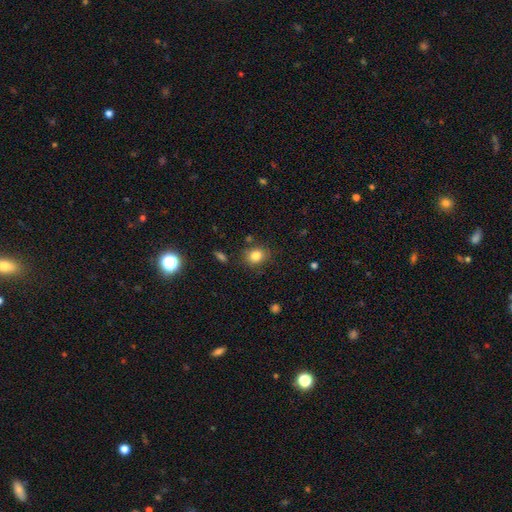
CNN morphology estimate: Q: Smooth or featured?
A: smooth (83%); runner-up: star or artifact (10%)
Q: How rounded?
A: round (61%); runner-up: in between (38%)
Q: Merging?
A: none (80%); runner-up: minor disturbance (13%)